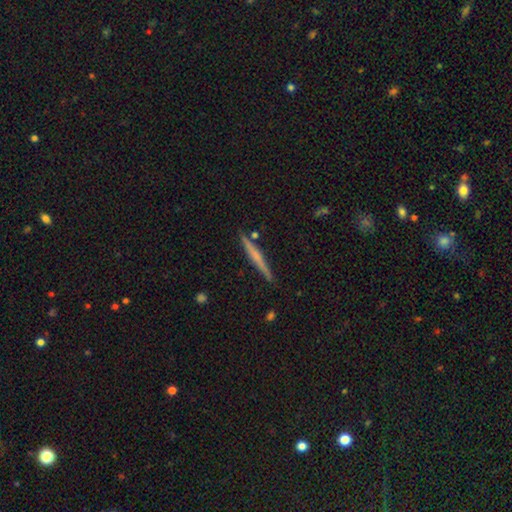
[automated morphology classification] A featured or disk galaxy (52%) viewed edge-on (98%) with no central bulge (59%). Merging: none (89%).